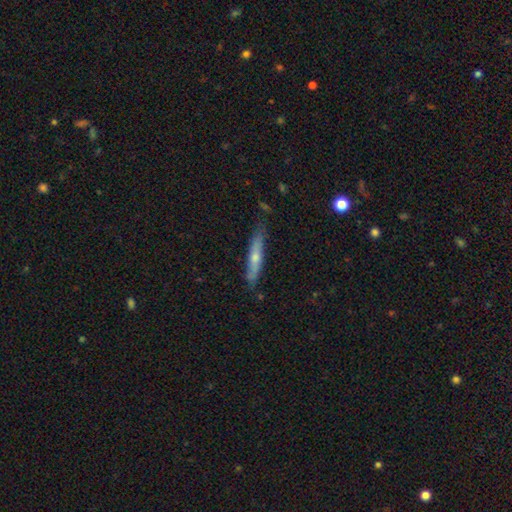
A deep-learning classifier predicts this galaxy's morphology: Overall: featured or disk (50%; smooth 44%). Merging: none (80%).